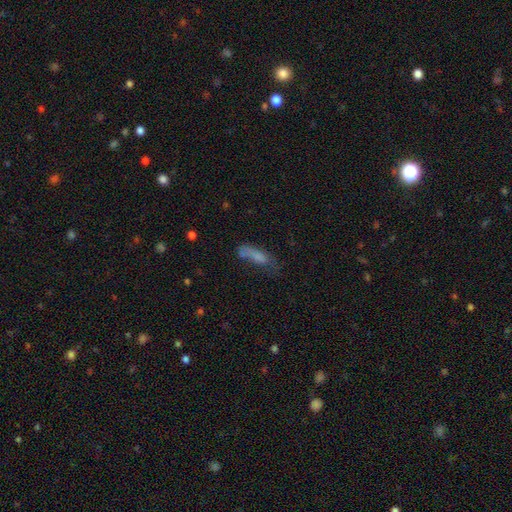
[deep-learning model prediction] Smooth or featured?
  - smooth: 69% *
  - featured or disk: 19%
  - star or artifact: 12%
How rounded?
  - cigar-shaped: 55% *
  - in between: 42%
  - round: 3%
Merging?
  - none: 39% *
  - minor disturbance: 27%
  - major disturbance: 23%
  - merger: 11%